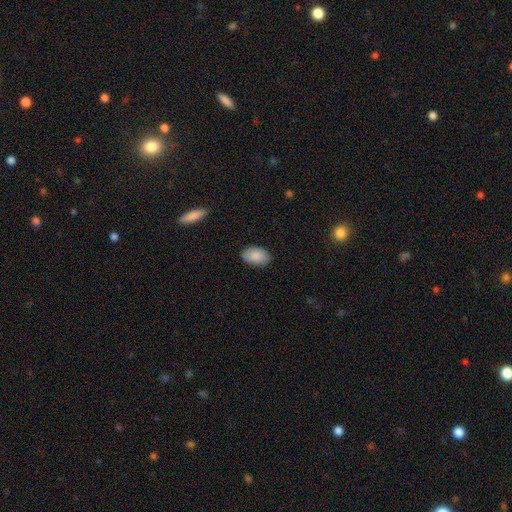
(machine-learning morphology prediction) Smooth or featured? smooth (87%)
How rounded? in between (91%)
Merging? none (85%)